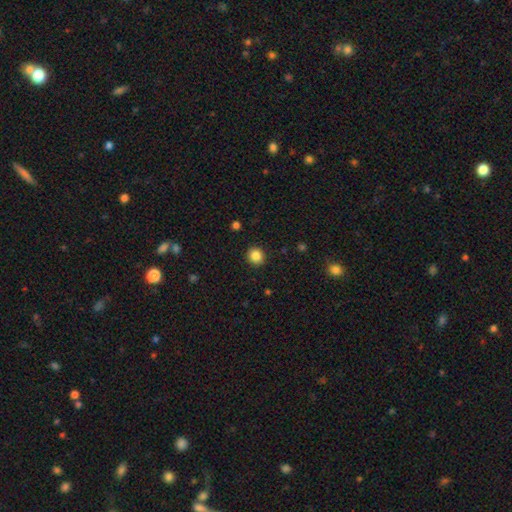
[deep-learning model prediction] smooth 85%, star or artifact 11%, featured or disk 4%. Down the decision tree: how rounded — round (90%); merging — none (92%).